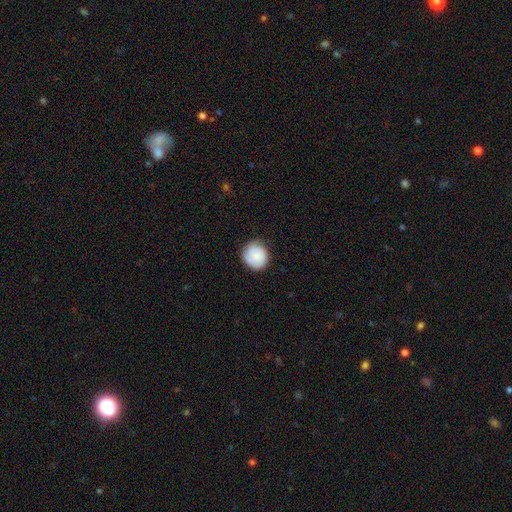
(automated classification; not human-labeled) Overall: smooth (78%). How rounded: round (88%). Merging: none (77%).